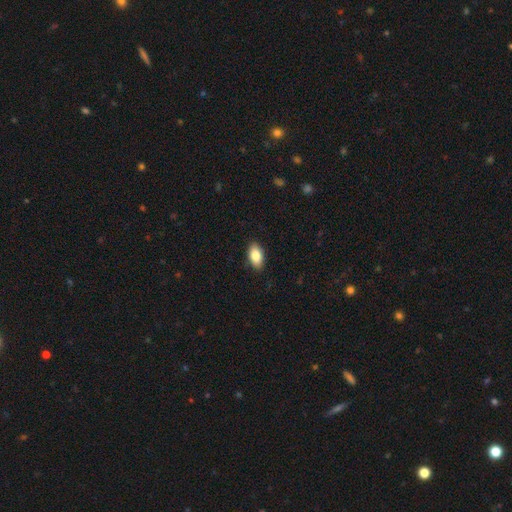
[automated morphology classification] This appears to be a smooth galaxy with no disk features (85%) that is in between round and cigar-shaped (93%). Merging: none (89%).